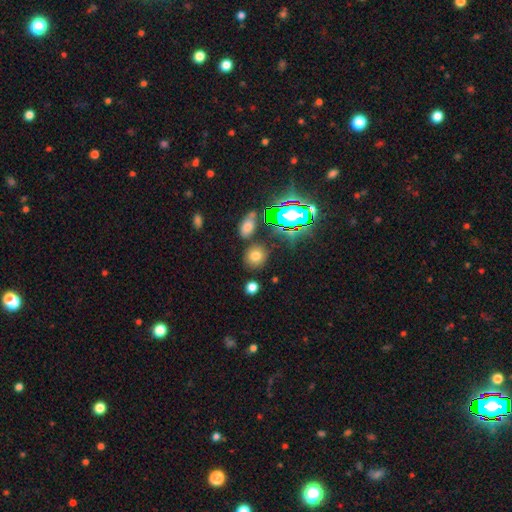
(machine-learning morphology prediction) A smooth galaxy with no disk features (70%) that is round (80%).

Vote fractions:
- Smooth or featured? smooth: 70% / star or artifact: 21% / featured or disk: 9%
- How rounded? round: 80% / in between: 18% / cigar-shaped: 1%
- Merging? none: 81% / minor disturbance: 10% / merger: 6% / major disturbance: 4%